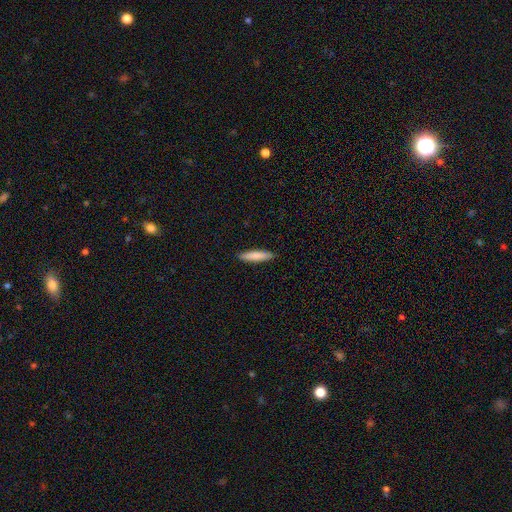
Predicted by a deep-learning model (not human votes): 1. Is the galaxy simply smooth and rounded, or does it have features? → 82% smooth, 12% featured or disk, 5% star or artifact.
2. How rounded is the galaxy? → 84% cigar-shaped, 15% in between, 1% round.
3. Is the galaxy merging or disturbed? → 90% none, 7% minor disturbance, 2% major disturbance, 1% merger.